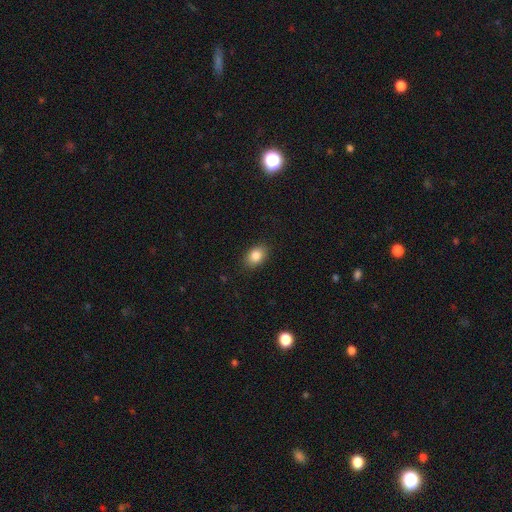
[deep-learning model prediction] Smooth or featured? smooth (85%)
How rounded? in between (79%)
Merging? none (87%)